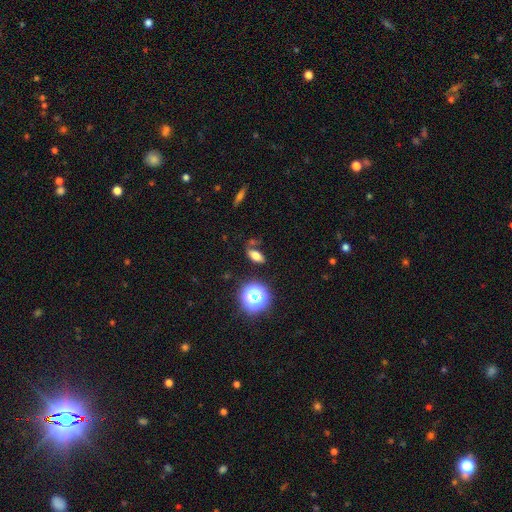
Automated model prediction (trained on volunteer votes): Morphology: type=smooth (69%); roundness=in between (75%); merging=none (75%).